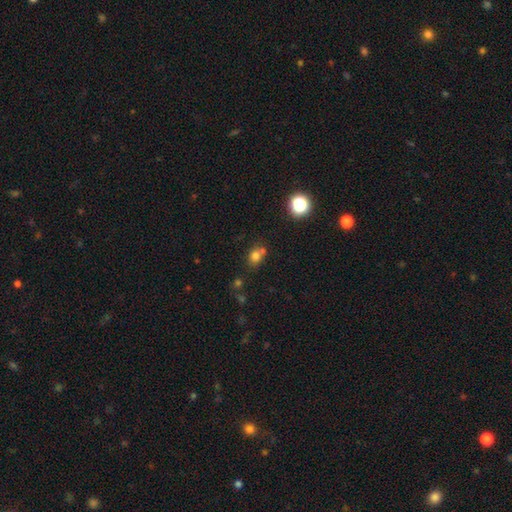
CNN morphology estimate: The model was most divided on "how rounded": round: 61%, in between: 38%, cigar-shaped: 1%. More confident: smooth or featured — smooth (75%); merging — none (55%).